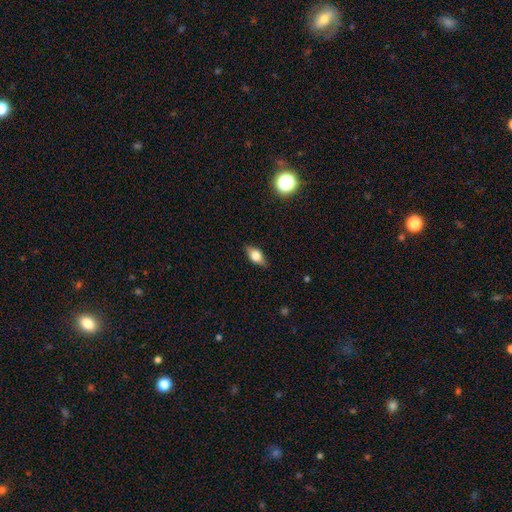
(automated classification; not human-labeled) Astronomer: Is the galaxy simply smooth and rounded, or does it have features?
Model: smooth — 62%.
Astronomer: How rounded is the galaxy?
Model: in between — 79%.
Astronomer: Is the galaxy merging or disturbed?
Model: none — 84%.